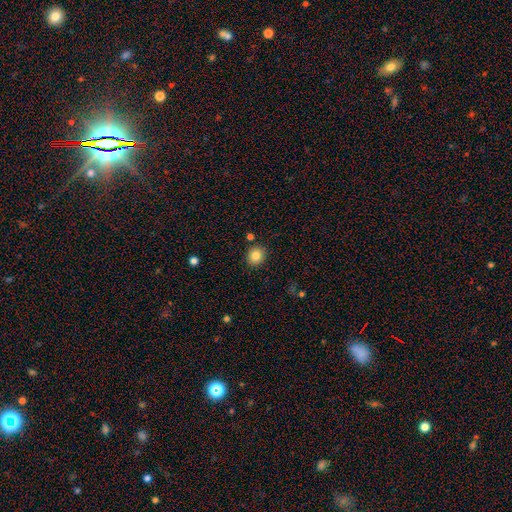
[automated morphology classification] Q: Smooth or featured?
A: smooth (84%); runner-up: star or artifact (10%)
Q: How rounded?
A: round (85%); runner-up: in between (14%)
Q: Merging?
A: none (89%); runner-up: minor disturbance (7%)